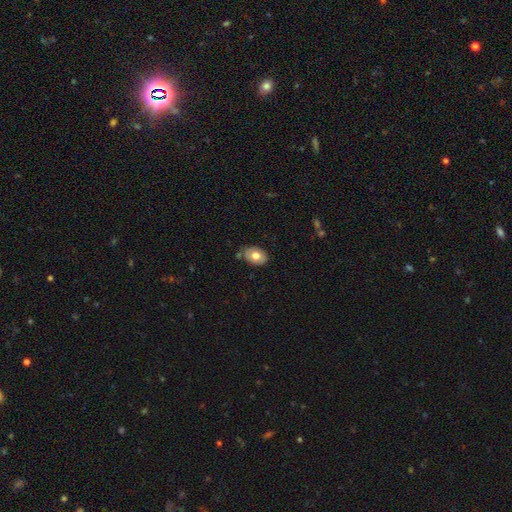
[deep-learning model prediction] Overall: smooth (70%). How rounded: in between (83%). Merging: none (76%).